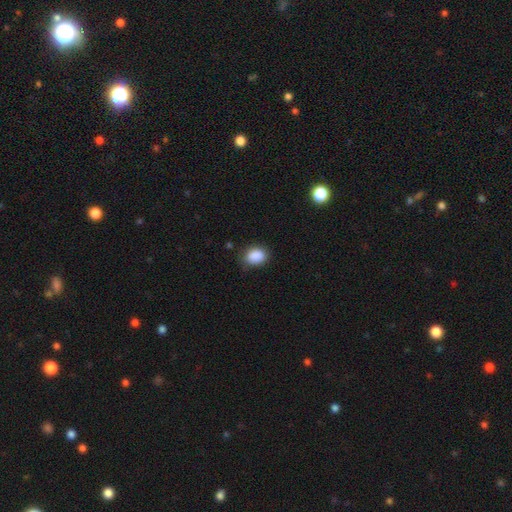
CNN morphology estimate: Smooth or featured?
  - smooth: 88% *
  - star or artifact: 8%
  - featured or disk: 4%
How rounded?
  - in between: 66% *
  - round: 33%
  - cigar-shaped: 1%
Merging?
  - none: 75% *
  - minor disturbance: 20%
  - major disturbance: 4%
  - merger: 1%